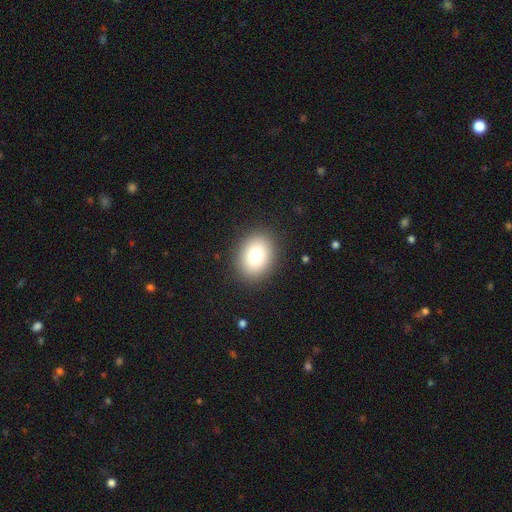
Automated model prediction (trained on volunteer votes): smooth-or-featured: smooth: 78% | featured or disk: 11% | star or artifact: 11%
  how-rounded: in between: 56% | round: 43% | cigar-shaped: 1%
  merging: none: 89% | minor disturbance: 7% | major disturbance: 3% | merger: 1%